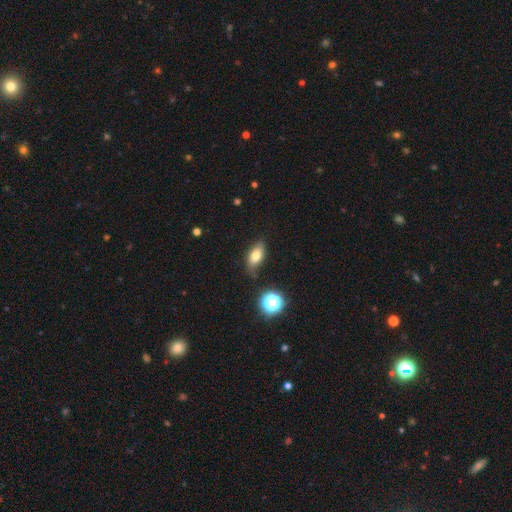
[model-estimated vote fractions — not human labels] A smooth galaxy with no disk features (73%) that is in between round and cigar-shaped (83%).

Vote fractions:
- Smooth or featured? smooth: 73% / featured or disk: 16% / star or artifact: 11%
- How rounded? in between: 83% / cigar-shaped: 9% / round: 8%
- Merging? none: 74% / minor disturbance: 19% / major disturbance: 4% / merger: 3%